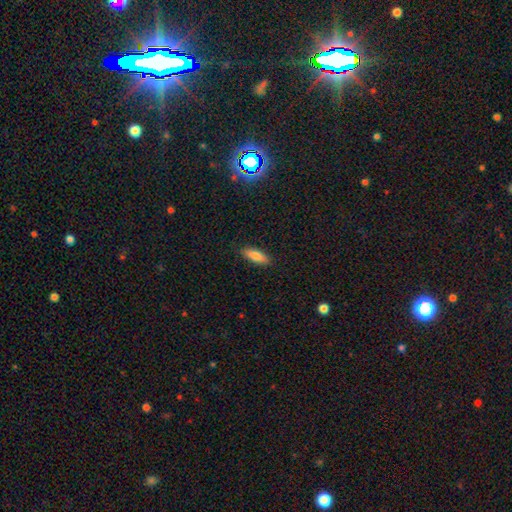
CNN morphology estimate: Overall: smooth (83%). How rounded: in between (66%; cigar-shaped 32%). Merging: none (87%).